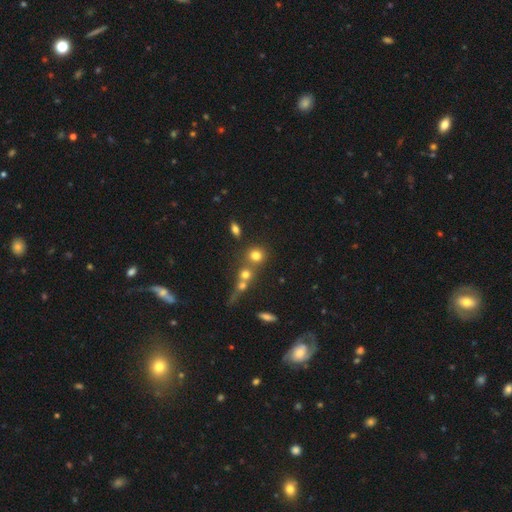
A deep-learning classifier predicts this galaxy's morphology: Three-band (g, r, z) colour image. It shows a smooth galaxy with no disk features (73%) that is round (81%). Merging: none (55%).